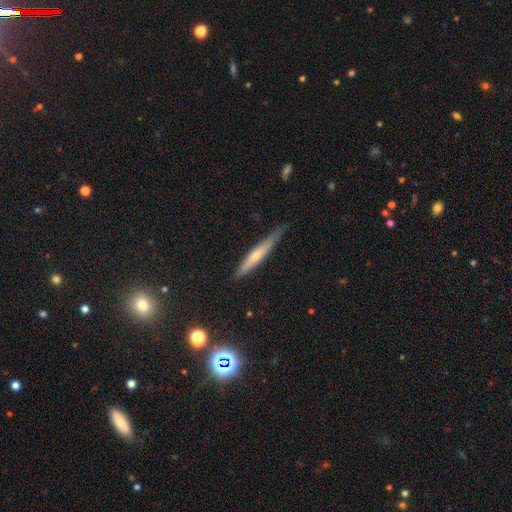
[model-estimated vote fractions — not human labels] smooth_or_featured: featured or disk (p=0.49) [alt: smooth p=0.44]
merging: none (p=0.75) [alt: minor disturbance p=0.20]